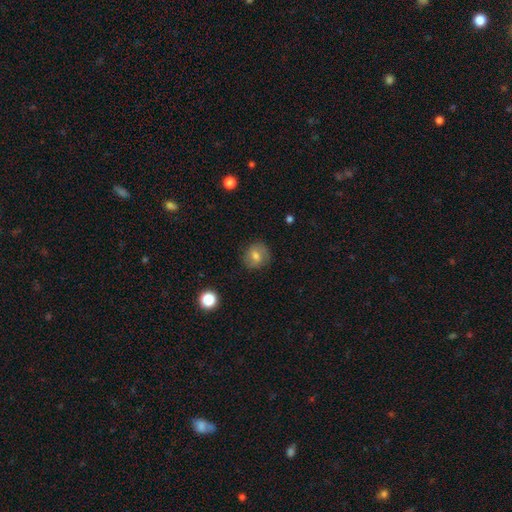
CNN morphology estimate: smooth-or-featured: smooth: 67% | featured or disk: 22% | star or artifact: 11%
  how-rounded: round: 81% | in between: 18% | cigar-shaped: 1%
  merging: none: 82% | minor disturbance: 13% | major disturbance: 4% | merger: 1%